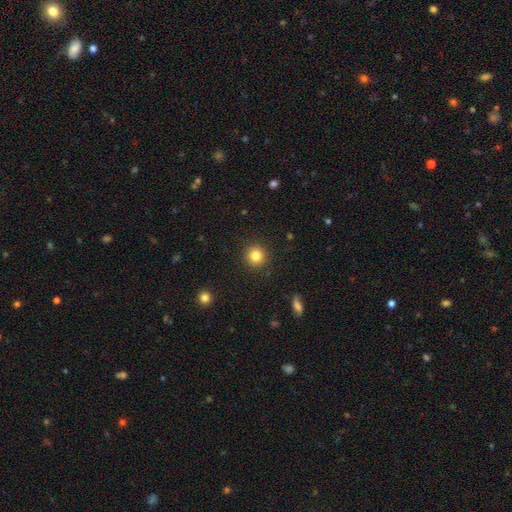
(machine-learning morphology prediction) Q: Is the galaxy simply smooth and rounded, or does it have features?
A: smooth — 84%.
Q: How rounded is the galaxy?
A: round — 93%.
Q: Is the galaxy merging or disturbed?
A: none — 91%.